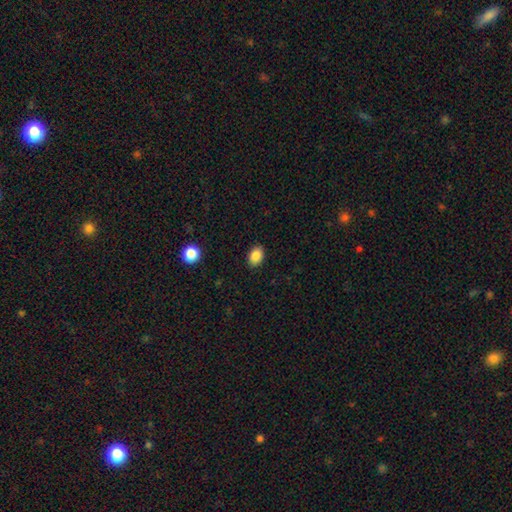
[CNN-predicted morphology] A smooth galaxy with no disk features (87%) that is in between round and cigar-shaped (76%).

Vote fractions:
- Smooth or featured? smooth: 87% / star or artifact: 9% / featured or disk: 5%
- How rounded? in between: 76% / round: 23% / cigar-shaped: 1%
- Merging? none: 89% / minor disturbance: 8% / major disturbance: 2% / merger: 1%